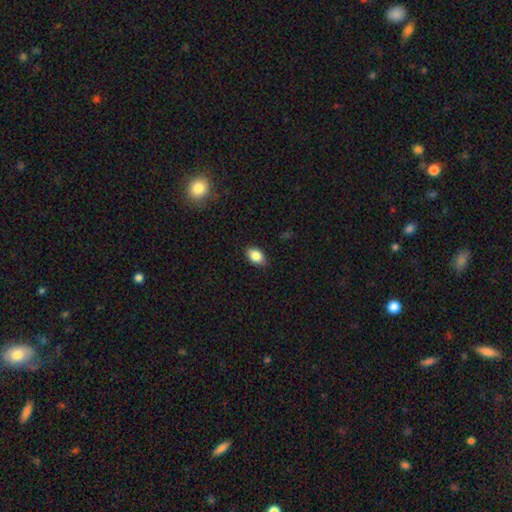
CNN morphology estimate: This is clearly a smooth galaxy (86%). How rounded: clearly in between (87%). Merging: clearly none (87%).